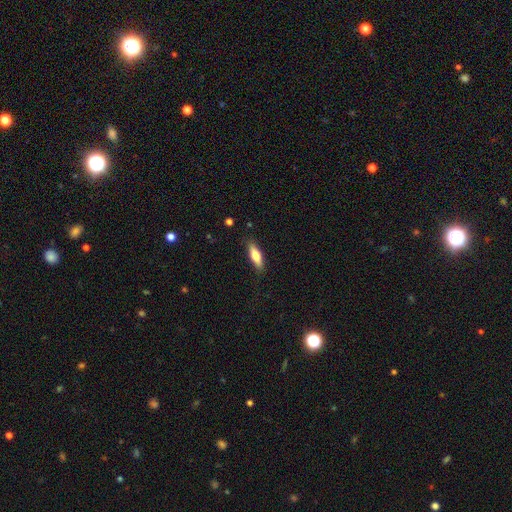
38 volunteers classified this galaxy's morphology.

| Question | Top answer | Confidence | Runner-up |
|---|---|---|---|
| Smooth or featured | smooth | 63% | featured or disk (29%) |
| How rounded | cigar-shaped | 75% | in between (21%) |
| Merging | none | 77% | minor disturbance (23%) |